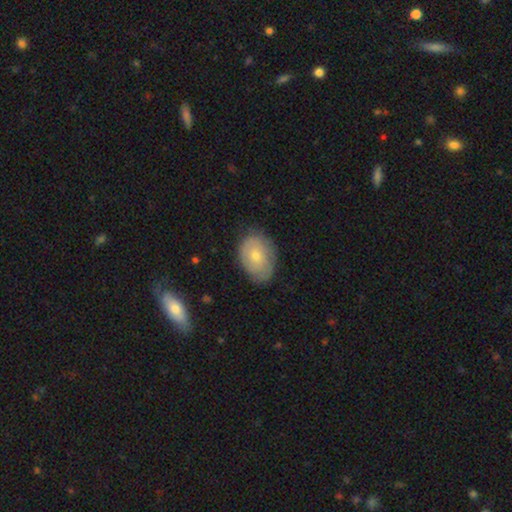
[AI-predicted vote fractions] Smooth or featured?
  - smooth: 62% *
  - featured or disk: 31%
  - star or artifact: 7%
How rounded?
  - in between: 75% *
  - round: 24%
  - cigar-shaped: 1%
Merging?
  - none: 74% *
  - minor disturbance: 20%
  - major disturbance: 5%
  - merger: 1%